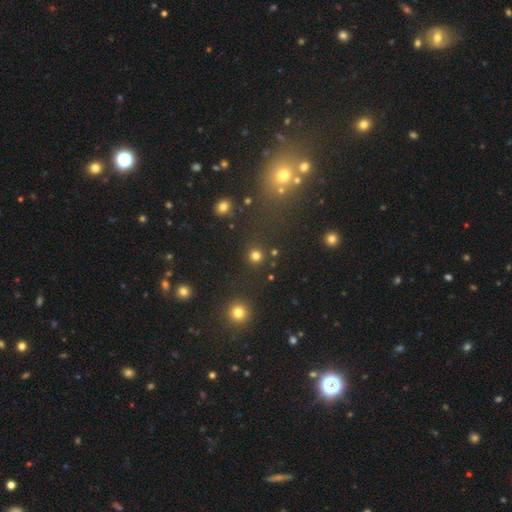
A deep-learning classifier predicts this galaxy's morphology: A smooth galaxy with no disk features (78%) that is round (94%). Merging: none (89%).